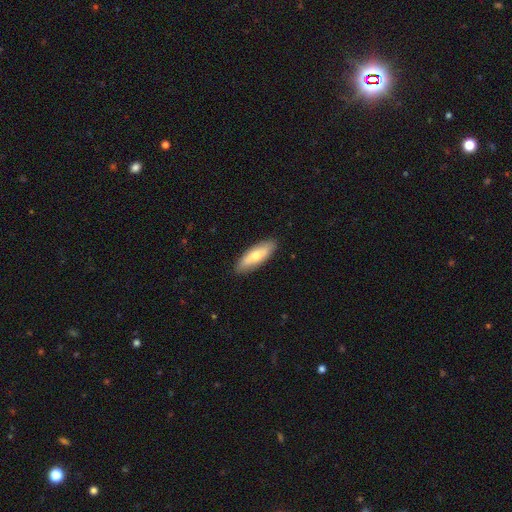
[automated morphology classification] A smooth galaxy with no disk features (64%) that is in between round and cigar-shaped (60%).

Vote fractions:
- Smooth or featured? smooth: 64% / featured or disk: 30% / star or artifact: 5%
- How rounded? in between: 60% / cigar-shaped: 38% / round: 2%
- Merging? none: 89% / minor disturbance: 9% / major disturbance: 2% / merger: 1%